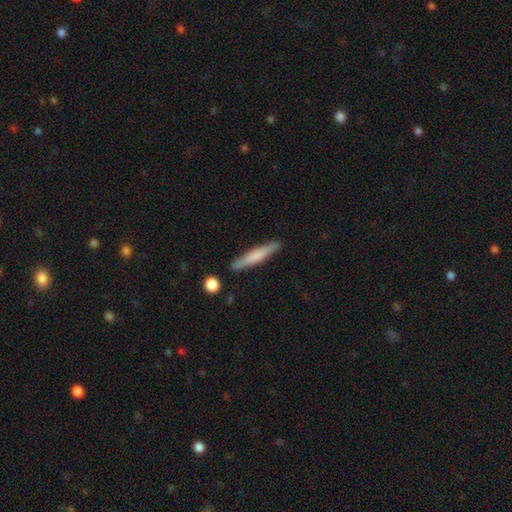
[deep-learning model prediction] Overall: smooth (63%; featured or disk 31%). How rounded: cigar-shaped (93%). Merging: none (87%).